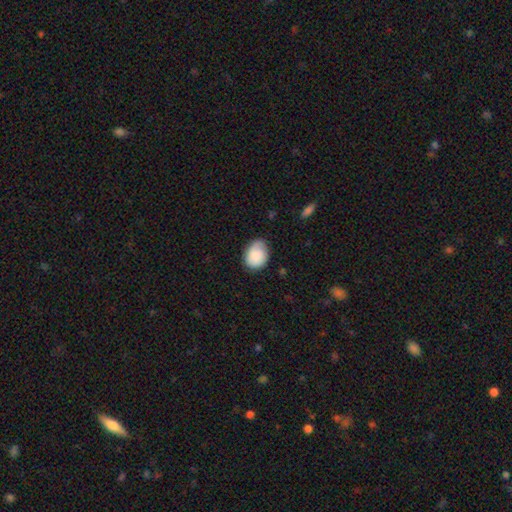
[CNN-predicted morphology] smooth_or_featured: smooth (p=0.79) [alt: featured or disk p=0.14]
how_rounded: in between (p=0.58) [alt: round p=0.41]
merging: none (p=0.62) [alt: minor disturbance p=0.28]